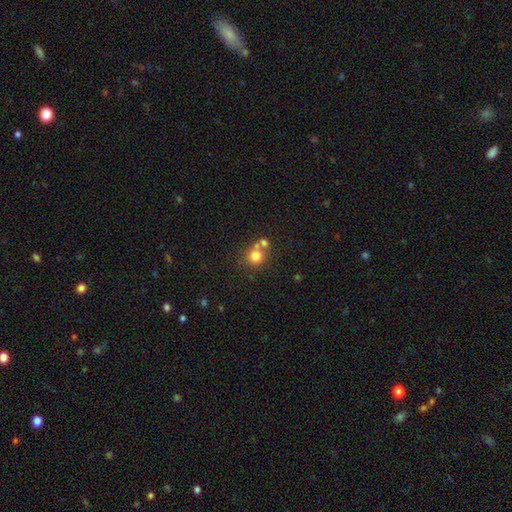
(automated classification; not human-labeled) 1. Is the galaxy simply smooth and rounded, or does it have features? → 77% smooth, 13% star or artifact, 11% featured or disk.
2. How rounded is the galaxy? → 87% round, 12% in between, 1% cigar-shaped.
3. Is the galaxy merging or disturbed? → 54% none, 35% merger, 8% minor disturbance, 3% major disturbance.